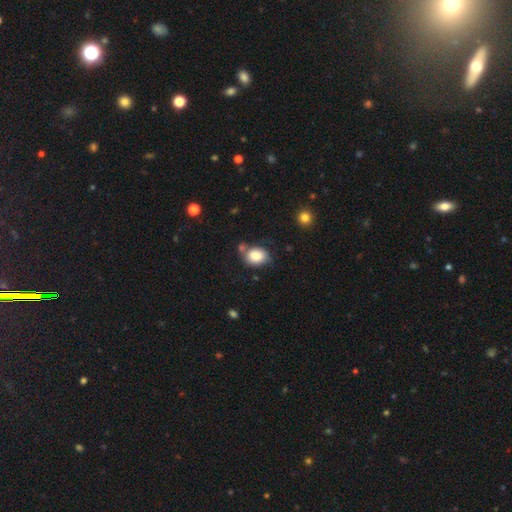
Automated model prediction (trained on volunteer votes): Morphology: type=smooth (82%); roundness=in between (56%); merging=none (61%).